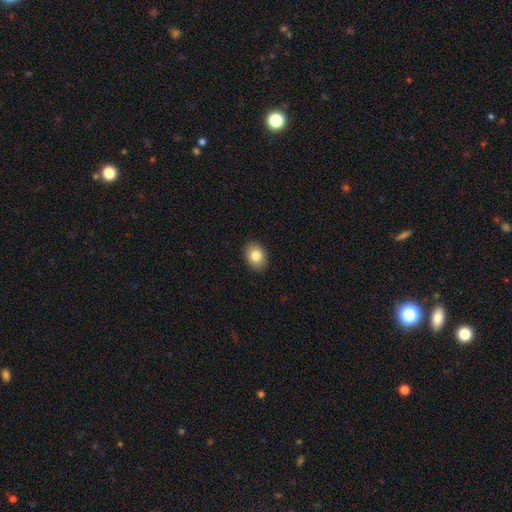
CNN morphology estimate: Q: Smooth or featured?
A: smooth (82%); runner-up: featured or disk (9%)
Q: How rounded?
A: in between (68%); runner-up: round (31%)
Q: Merging?
A: none (90%); runner-up: minor disturbance (7%)